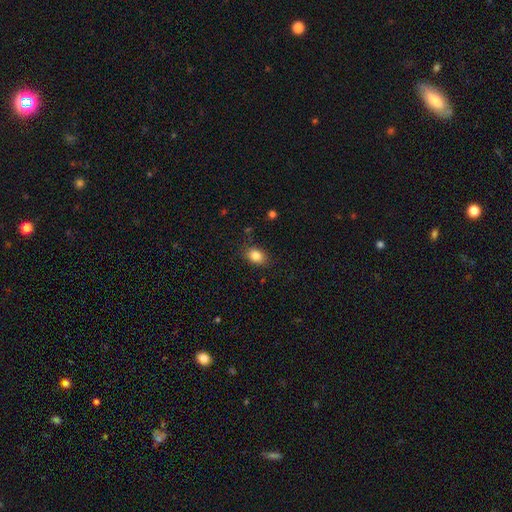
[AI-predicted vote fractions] smooth 84%, star or artifact 9%, featured or disk 7%. Down the decision tree: how rounded — in between (74%); merging — none (84%).